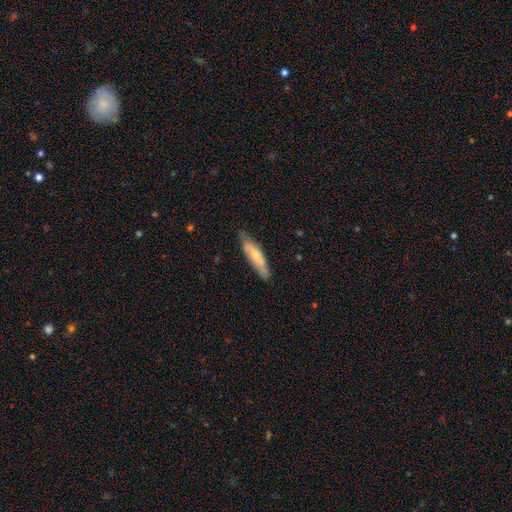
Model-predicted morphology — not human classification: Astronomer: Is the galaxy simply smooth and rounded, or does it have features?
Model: smooth — 59% (runner-up: featured or disk, 35%).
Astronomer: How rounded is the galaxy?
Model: cigar-shaped — 70%.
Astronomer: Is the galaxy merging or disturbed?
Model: none — 71%.